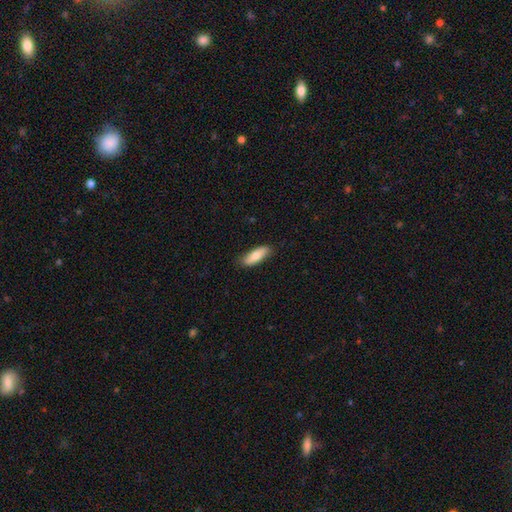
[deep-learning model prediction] A smooth galaxy with no disk features (77%) that is in between round and cigar-shaped (62%). Merging: none (84%).